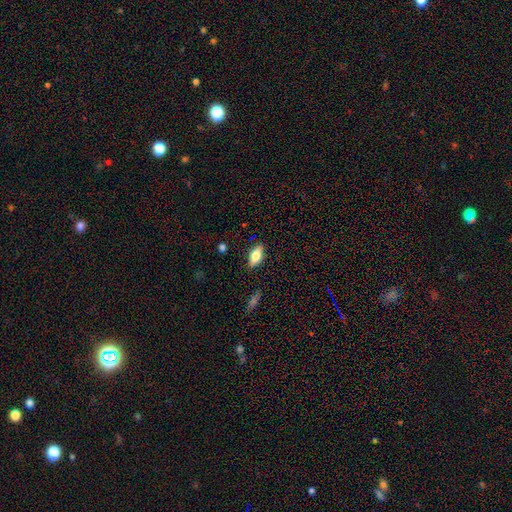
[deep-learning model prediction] This is likely a smooth galaxy (68%). How rounded: clearly in between (84%). Merging: clearly none (86%).